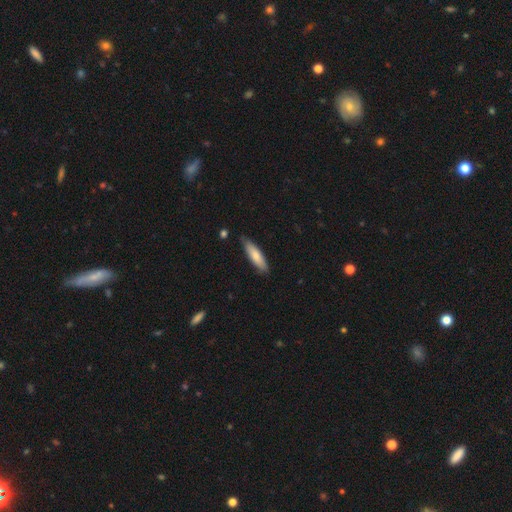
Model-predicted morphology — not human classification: smooth 76%, featured or disk 19%, star or artifact 6%. Down the decision tree: how rounded — cigar-shaped (66%); merging — none (79%).